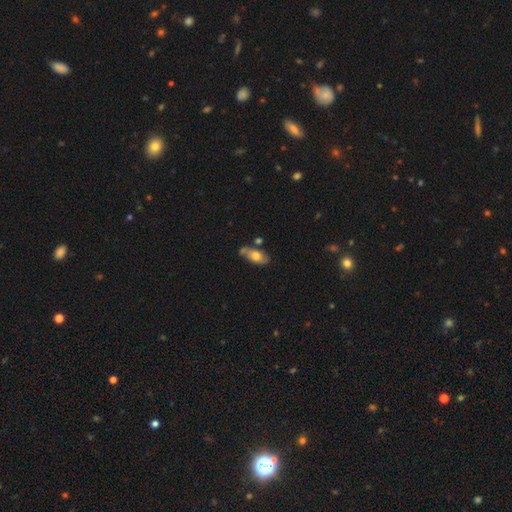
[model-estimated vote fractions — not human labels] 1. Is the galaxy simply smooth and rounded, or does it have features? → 59% smooth, 34% featured or disk, 7% star or artifact.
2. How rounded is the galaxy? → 85% in between, 10% cigar-shaped, 5% round.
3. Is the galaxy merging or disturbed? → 58% none, 22% minor disturbance, 14% merger, 6% major disturbance.